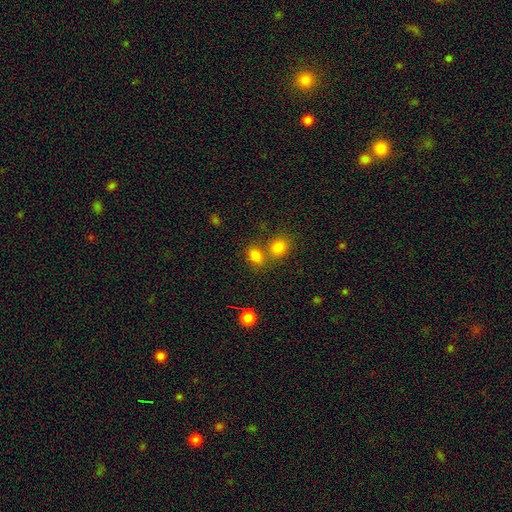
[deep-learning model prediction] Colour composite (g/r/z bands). It shows a smooth galaxy with no disk features (79%) that is in between round and cigar-shaped (50%). Merging: none (52%).